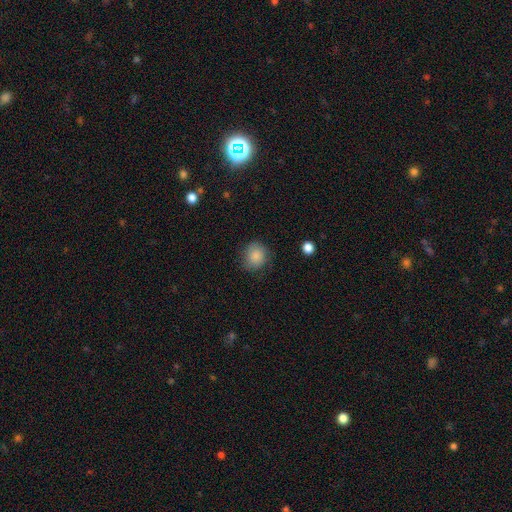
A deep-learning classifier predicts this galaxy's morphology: This is clearly a smooth galaxy (85%). How rounded: likely round (80%). Merging: likely none (79%).